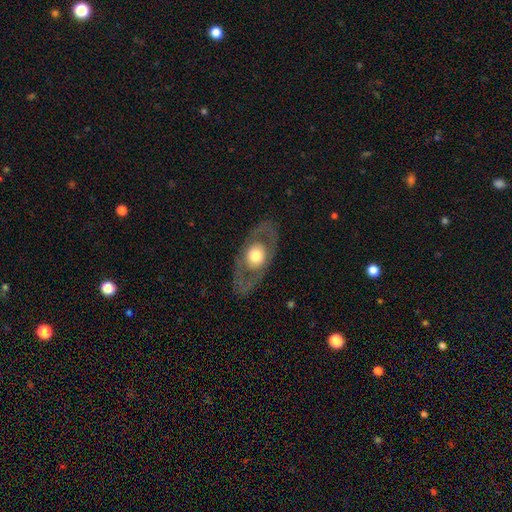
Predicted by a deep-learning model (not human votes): featured or disk 56%, smooth 39%, star or artifact 5%. Down the decision tree: edge-on disk — no (87%); merging — none (80%).